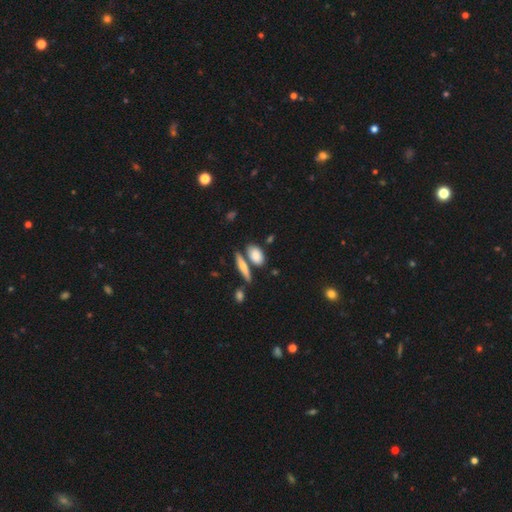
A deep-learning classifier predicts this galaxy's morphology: type=smooth (80%); roundness=in between (81%); merging=none (64%).